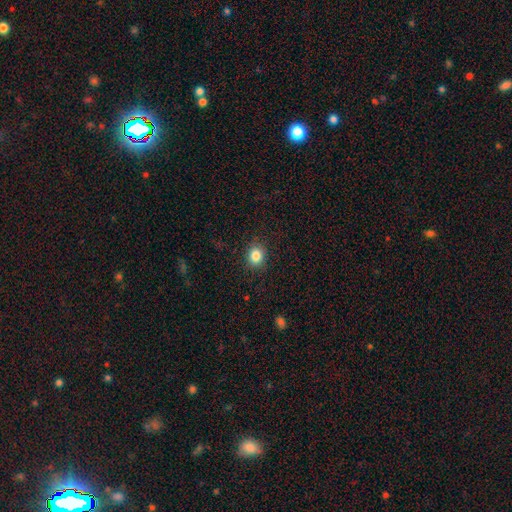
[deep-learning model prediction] Q: Smooth or featured?
A: smooth (84%); runner-up: star or artifact (10%)
Q: How rounded?
A: round (62%); runner-up: in between (37%)
Q: Merging?
A: none (88%); runner-up: minor disturbance (8%)